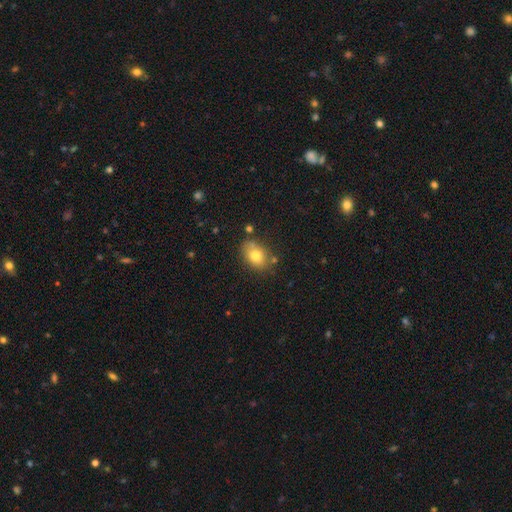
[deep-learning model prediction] smooth-or-featured: smooth: 78% | featured or disk: 12% | star or artifact: 10%
  how-rounded: in between: 73% | round: 26% | cigar-shaped: 1%
  merging: none: 73% | minor disturbance: 17% | merger: 6% | major disturbance: 4%